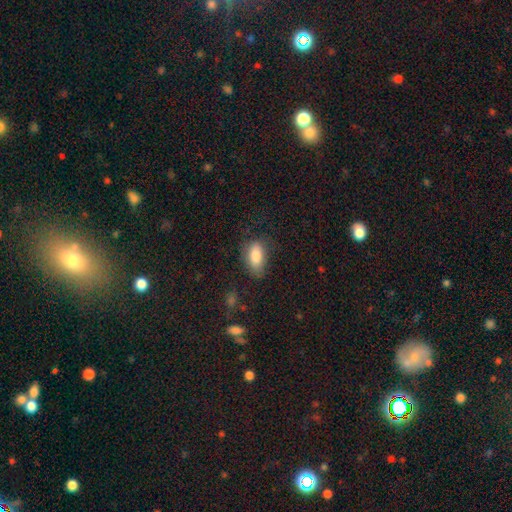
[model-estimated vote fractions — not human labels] smooth 83%, featured or disk 9%, star or artifact 7%. Down the decision tree: how rounded — in between (88%); merging — none (69%).